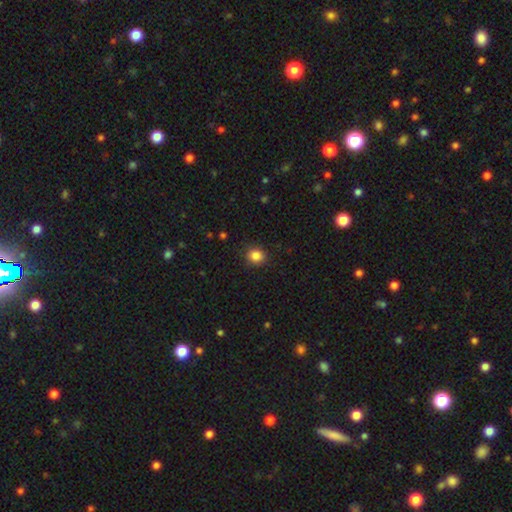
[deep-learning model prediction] The model was most divided on "how rounded": round: 79%, in between: 20%, cigar-shaped: 1%. More confident: merging — none (90%); smooth or featured — smooth (85%).